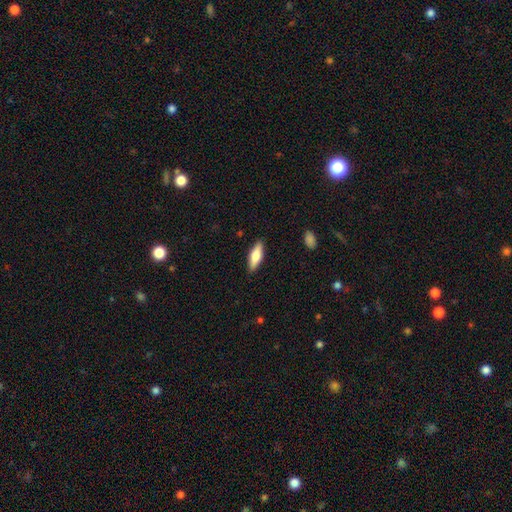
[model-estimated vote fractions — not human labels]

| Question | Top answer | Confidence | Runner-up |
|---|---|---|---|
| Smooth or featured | smooth | 69% | featured or disk (25%) |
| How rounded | in between | 57% | cigar-shaped (41%) |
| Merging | none | 88% | minor disturbance (9%) |